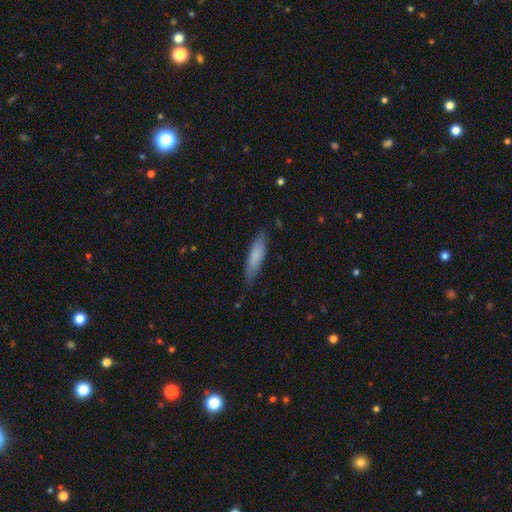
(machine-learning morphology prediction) Smooth or featured: smooth — 77% (featured or disk — 17%)
How rounded: cigar-shaped — 68% (in between — 30%)
Merging: none — 79% (minor disturbance — 17%)